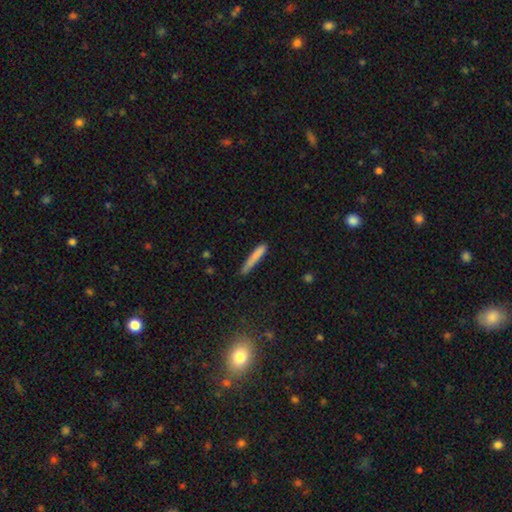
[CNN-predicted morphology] smooth-or-featured: smooth: 80% | featured or disk: 13% | star or artifact: 7%
  how-rounded: cigar-shaped: 94% | in between: 4% | round: 1%
  merging: none: 72% | minor disturbance: 21% | major disturbance: 5% | merger: 3%